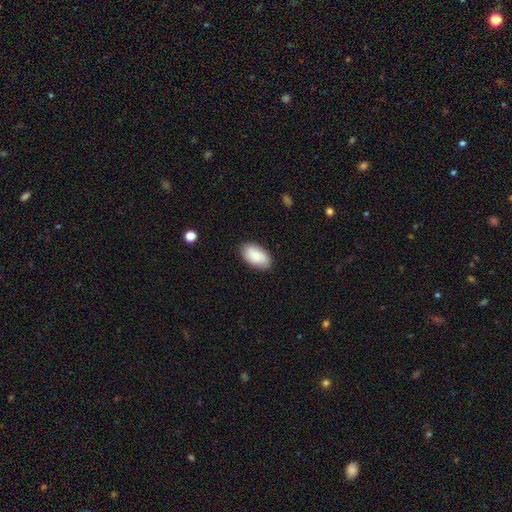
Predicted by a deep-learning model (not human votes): This is clearly a smooth galaxy (85%). How rounded: clearly in between (95%). Merging: clearly none (86%).